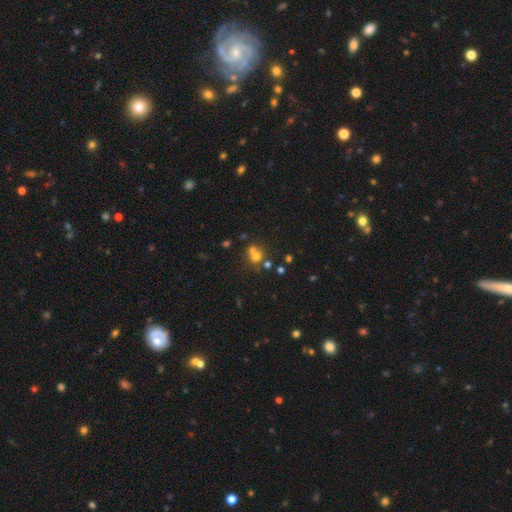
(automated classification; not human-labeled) Q: Smooth or featured?
A: smooth (61%); runner-up: star or artifact (21%)
Q: How rounded?
A: round (80%); runner-up: in between (19%)
Q: Merging?
A: merger (46%); runner-up: none (42%)